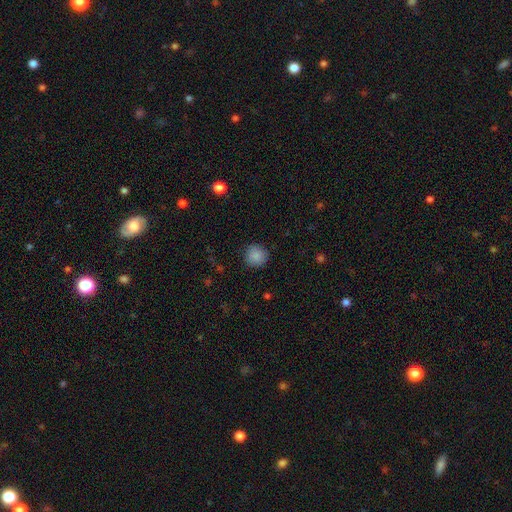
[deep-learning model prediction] This appears to be a smooth galaxy with no disk features (87%) that is round (93%). Merging: none (89%).